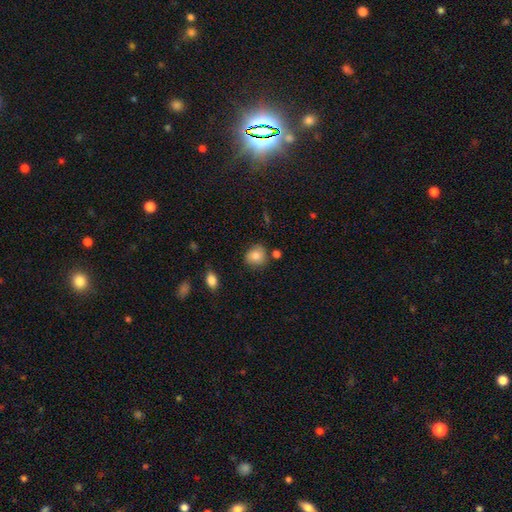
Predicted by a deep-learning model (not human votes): Smooth or featured? smooth (81%)
How rounded? round (76%)
Merging? none (78%)